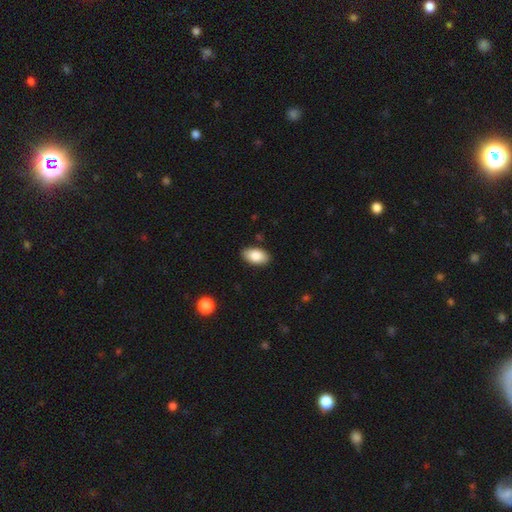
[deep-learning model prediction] smooth 86%, featured or disk 8%, star or artifact 7%. Down the decision tree: how rounded — in between (94%); merging — none (88%).